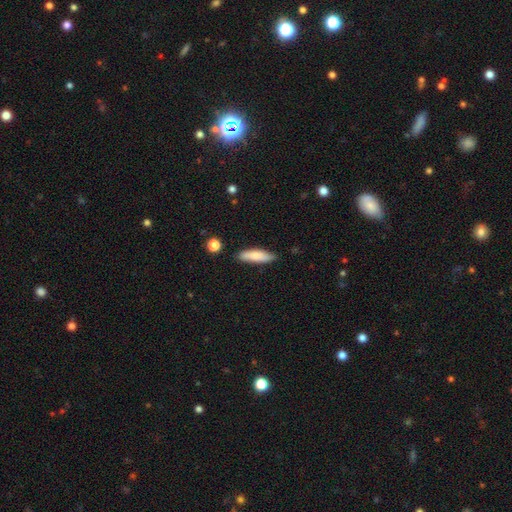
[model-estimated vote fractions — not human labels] This appears to be a smooth galaxy with no disk features (81%) that is cigar-shaped (59%). Merging: none (80%).